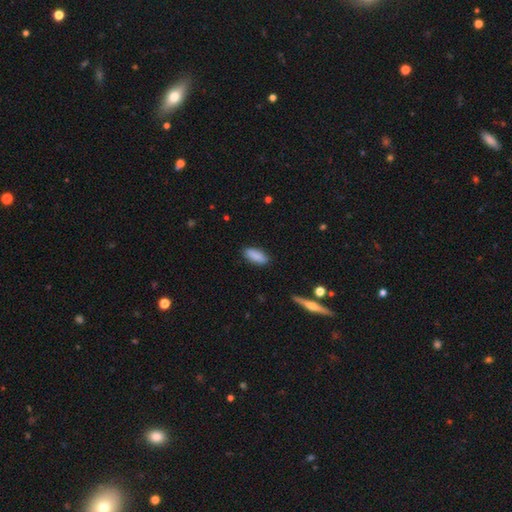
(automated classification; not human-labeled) smooth-or-featured: smooth: 88% | star or artifact: 7% | featured or disk: 5%
  how-rounded: in between: 74% | cigar-shaped: 24% | round: 2%
  merging: none: 87% | minor disturbance: 10% | major disturbance: 2% | merger: 1%